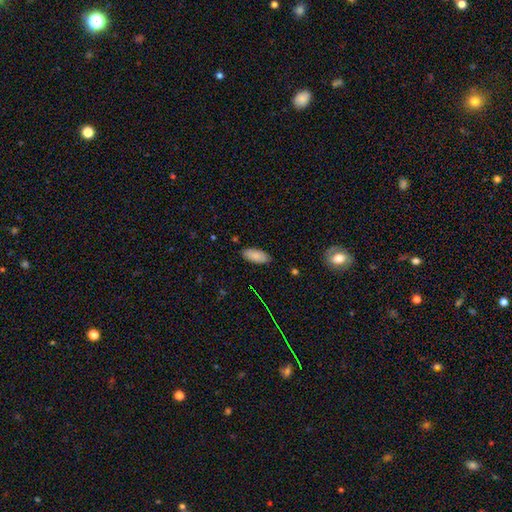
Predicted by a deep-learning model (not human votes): Morphology: type=smooth (83%); roundness=in between (89%); merging=none (86%).